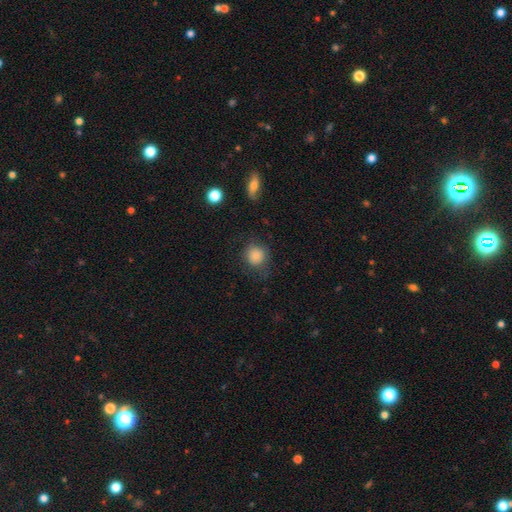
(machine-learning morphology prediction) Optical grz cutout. It shows a smooth galaxy with no disk features (81%) that is round (87%). Merging: none (73%).